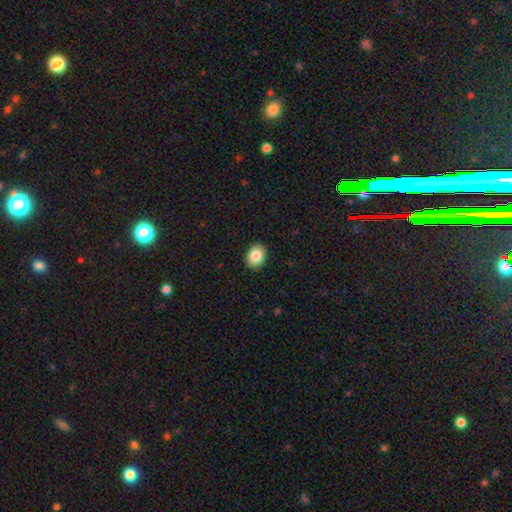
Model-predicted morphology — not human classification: Smooth or featured? smooth (85%)
How rounded? in between (63%)
Merging? none (91%)